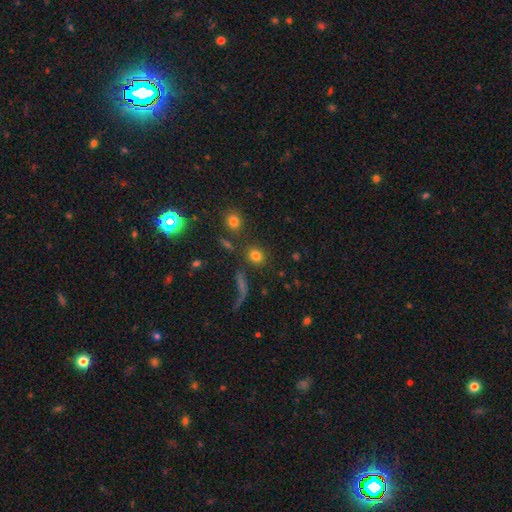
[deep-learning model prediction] This is likely a smooth galaxy (80%). How rounded: clearly round (81%). Merging: likely none (78%).